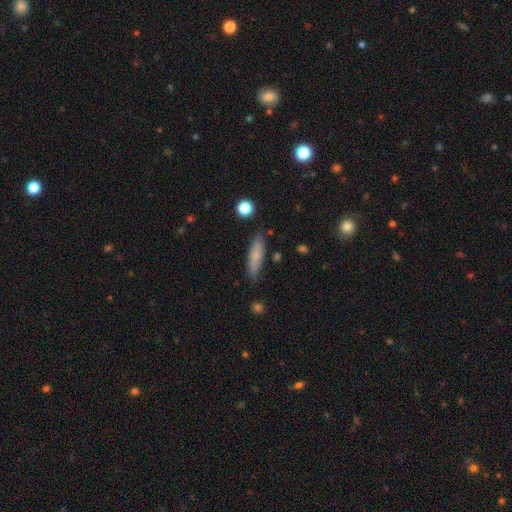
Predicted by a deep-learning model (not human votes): smooth-or-featured: smooth: 75% | featured or disk: 18% | star or artifact: 7%
  how-rounded: cigar-shaped: 71% | in between: 27% | round: 2%
  merging: none: 83% | minor disturbance: 13% | major disturbance: 2% | merger: 2%